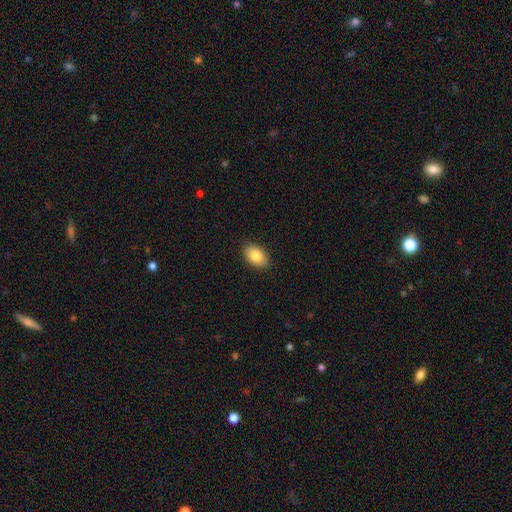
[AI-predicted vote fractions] smooth_or_featured: smooth (p=0.84) [alt: featured or disk p=0.09]
how_rounded: in between (p=0.88) [alt: round p=0.10]
merging: none (p=0.88) [alt: minor disturbance p=0.09]